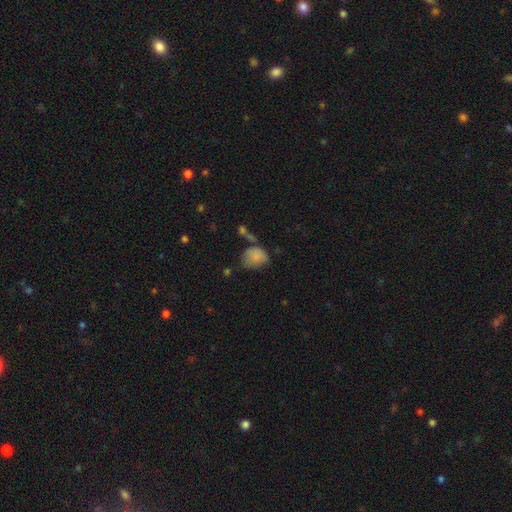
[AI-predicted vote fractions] Overall: smooth (81%). How rounded: in between (58%; round 41%). Merging: none (41%; minor disturbance 34%).